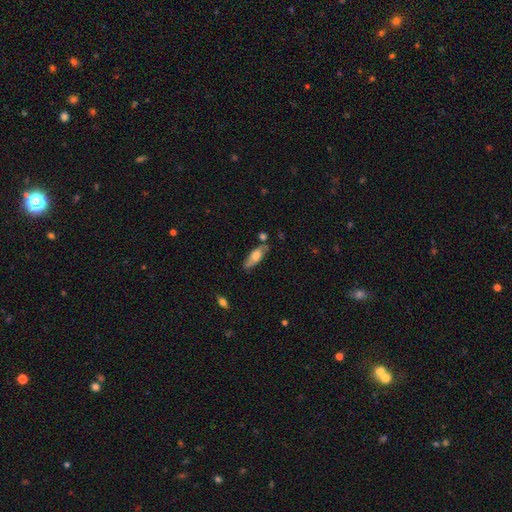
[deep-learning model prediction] smooth-or-featured: smooth: 59% | featured or disk: 35% | star or artifact: 7%
  how-rounded: in between: 61% | cigar-shaped: 37% | round: 2%
  merging: none: 69% | minor disturbance: 19% | merger: 7% | major disturbance: 4%